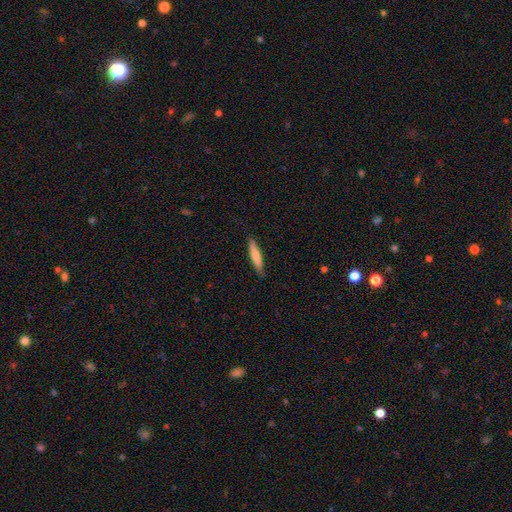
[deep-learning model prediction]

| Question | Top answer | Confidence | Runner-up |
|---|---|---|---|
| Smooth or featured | smooth | 71% | featured or disk (24%) |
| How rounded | cigar-shaped | 89% | in between (9%) |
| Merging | none | 88% | minor disturbance (9%) |